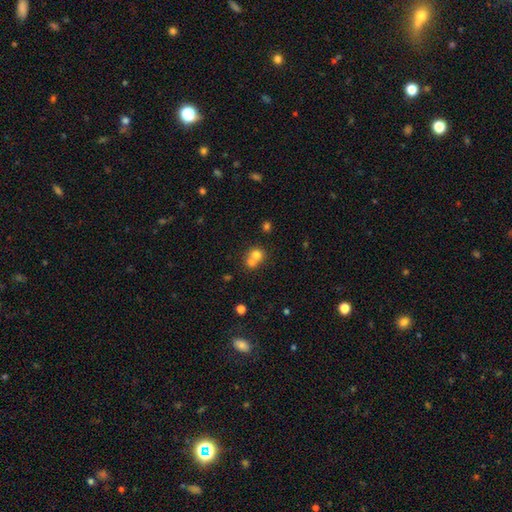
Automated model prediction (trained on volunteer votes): Overall: smooth (72%). How rounded: round (80%). Merging: merger (61%; none 32%).